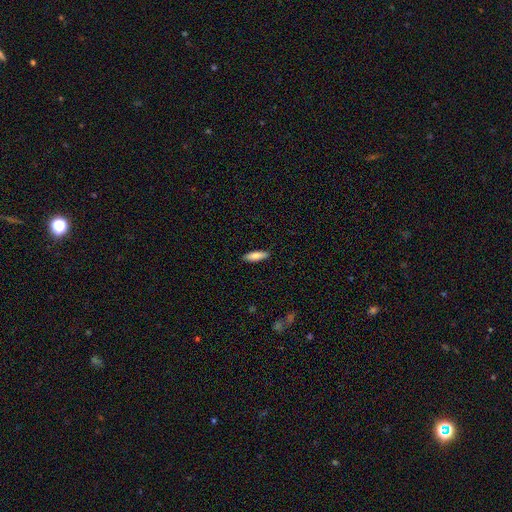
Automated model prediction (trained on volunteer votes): Smooth or featured: smooth — 81% (featured or disk — 13%)
How rounded: in between — 50% (cigar-shaped — 48%)
Merging: none — 89% (minor disturbance — 8%)